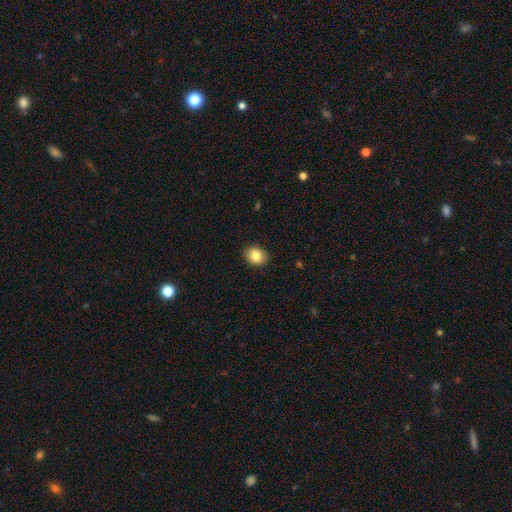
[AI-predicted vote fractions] smooth 84%, star or artifact 9%, featured or disk 7%. Down the decision tree: how rounded — round (55%); merging — none (89%).